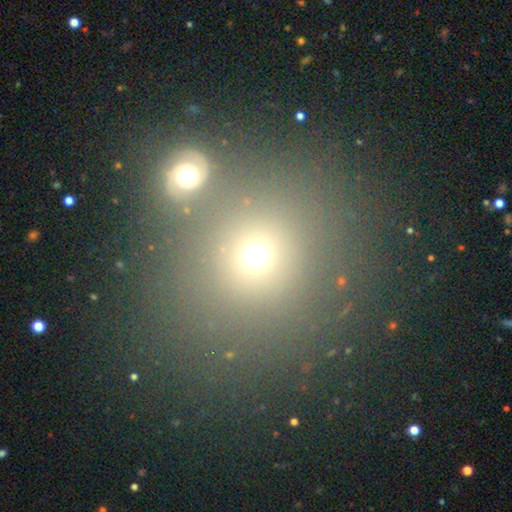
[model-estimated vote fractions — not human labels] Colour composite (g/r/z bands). It shows a smooth galaxy with no disk features (67%) that is round (83%). Merging: none (63%).